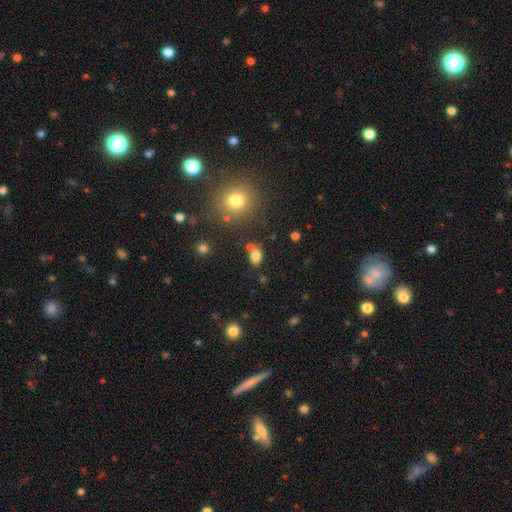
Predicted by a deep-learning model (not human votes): A smooth galaxy with no disk features (80%) that is in between round and cigar-shaped (81%).

Vote fractions:
- Smooth or featured? smooth: 80% / star or artifact: 13% / featured or disk: 7%
- How rounded? in between: 81% / round: 17% / cigar-shaped: 2%
- Merging? none: 63% / merger: 19% / minor disturbance: 14% / major disturbance: 5%